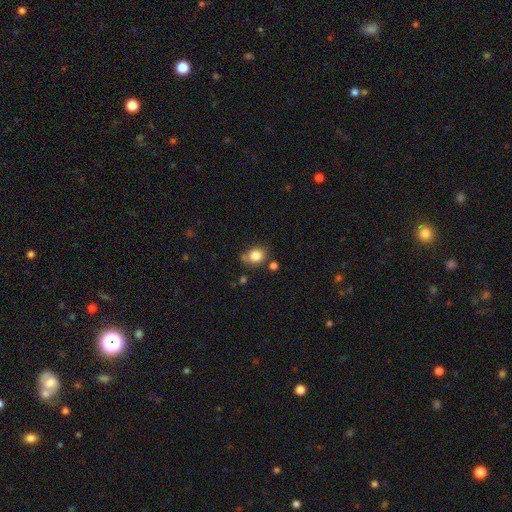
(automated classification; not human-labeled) Smooth or featured? smooth (82%)
How rounded? round (55%)
Merging? none (62%)